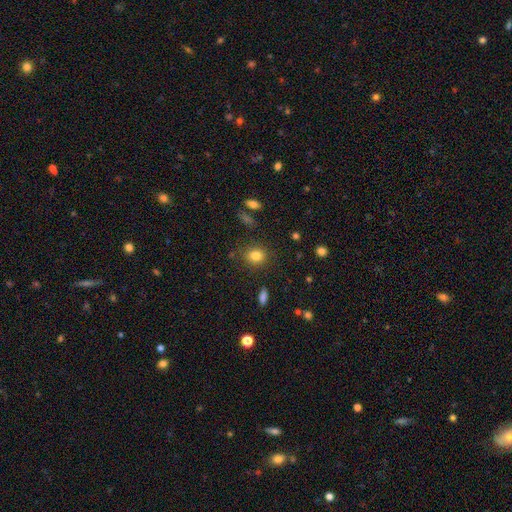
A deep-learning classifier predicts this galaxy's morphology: smooth-or-featured: smooth: 82% | star or artifact: 11% | featured or disk: 6%
  how-rounded: round: 66% | in between: 33% | cigar-shaped: 1%
  merging: none: 84% | minor disturbance: 10% | major disturbance: 4% | merger: 2%